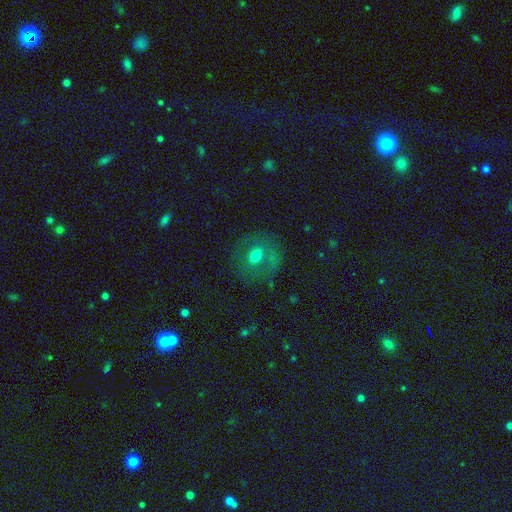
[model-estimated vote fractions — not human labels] This is possibly a smooth galaxy (52%). How rounded: likely round (66%). Merging: likely none (71%).